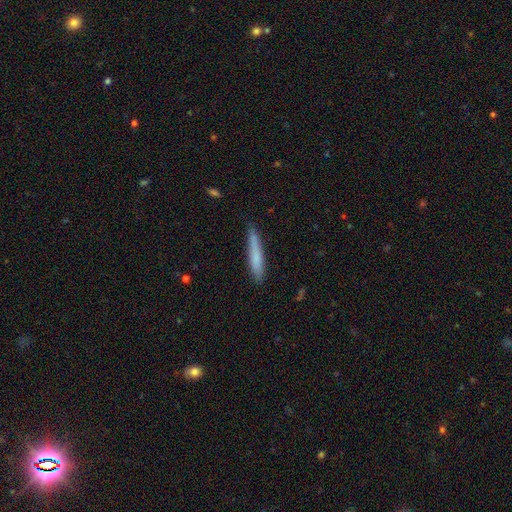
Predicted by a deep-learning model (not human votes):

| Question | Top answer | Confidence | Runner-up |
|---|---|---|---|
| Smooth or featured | smooth | 73% | featured or disk (21%) |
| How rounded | cigar-shaped | 94% | in between (5%) |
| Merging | none | 81% | minor disturbance (15%) |